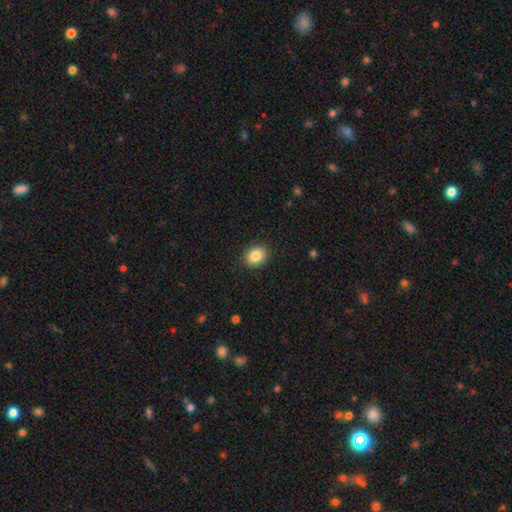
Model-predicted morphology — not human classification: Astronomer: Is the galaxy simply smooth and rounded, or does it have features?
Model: smooth — 85%.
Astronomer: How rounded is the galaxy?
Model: round — 60% (runner-up: in between, 39%).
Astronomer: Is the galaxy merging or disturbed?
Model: none — 90%.